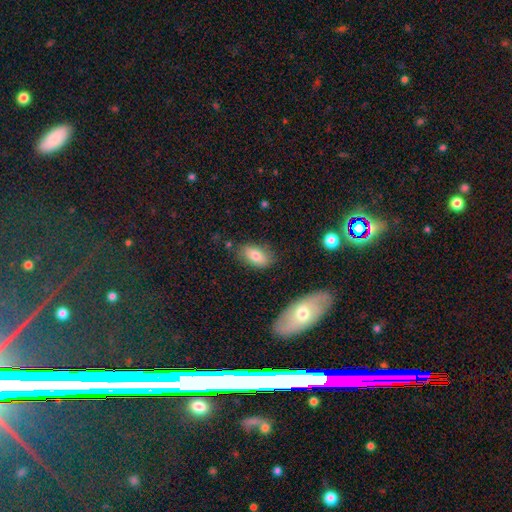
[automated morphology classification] The model was most divided on "smooth or featured": smooth: 76%, featured or disk: 16%, star or artifact: 8%. More confident: how rounded — in between (89%); merging — none (76%).